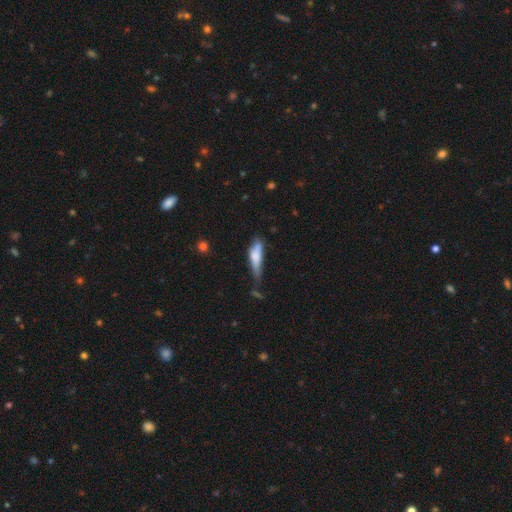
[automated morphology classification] A smooth galaxy with no disk features (70%) that is cigar-shaped (56%). Merging: minor disturbance (38%).